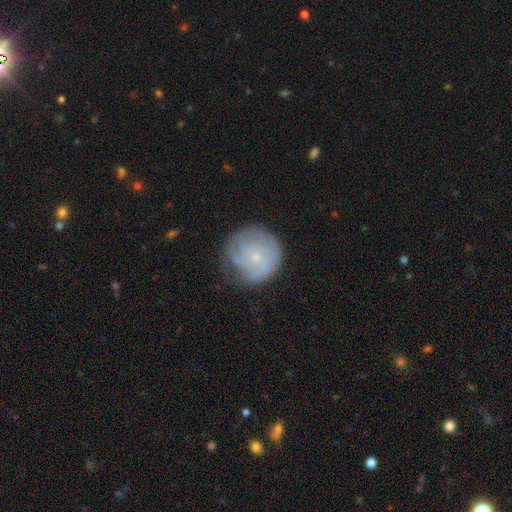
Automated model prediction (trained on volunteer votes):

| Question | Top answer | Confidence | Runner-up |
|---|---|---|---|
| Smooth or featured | featured or disk | 53% | smooth (38%) |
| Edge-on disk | no | 97% | yes (3%) |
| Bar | no | 84% | weak (14%) |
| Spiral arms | yes | 73% | no (27%) |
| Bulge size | small | 82% | moderate (13%) |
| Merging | none | 70% | minor disturbance (21%) |